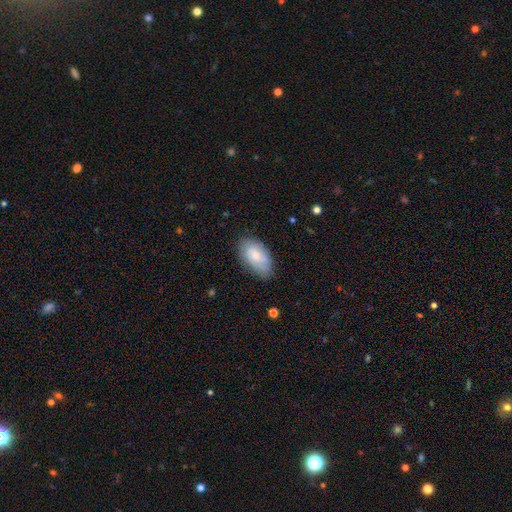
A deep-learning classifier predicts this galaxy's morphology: smooth 61%, featured or disk 33%, star or artifact 7%. Down the decision tree: how rounded — in between (93%); merging — none (72%).